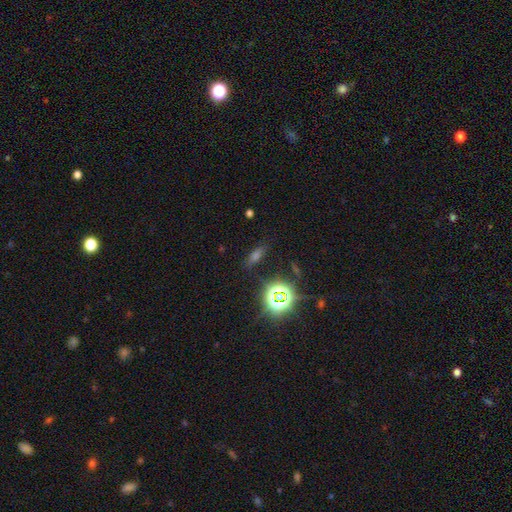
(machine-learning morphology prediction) This appears to be a smooth galaxy with no disk features (46%). Merging: none (81%).